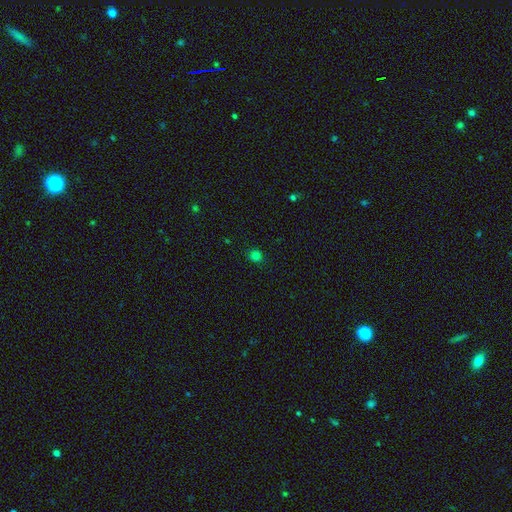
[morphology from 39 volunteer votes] Smooth or featured? smooth (92%)
How rounded? round (92%)
Merging? none (95%)